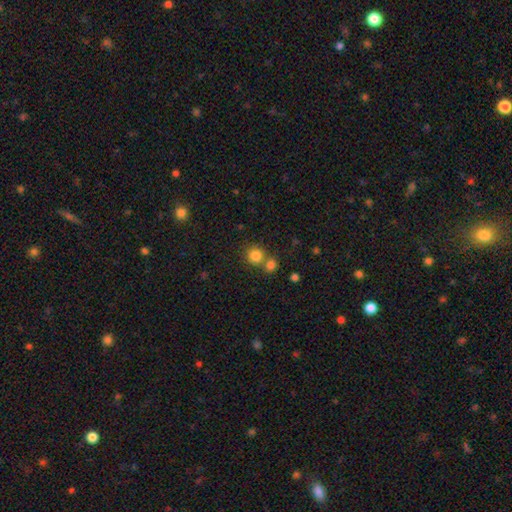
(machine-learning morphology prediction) smooth-or-featured: smooth: 83% | star or artifact: 12% | featured or disk: 5%
  how-rounded: round: 90% | in between: 9% | cigar-shaped: 1%
  merging: none: 62% | merger: 28% | minor disturbance: 7% | major disturbance: 3%